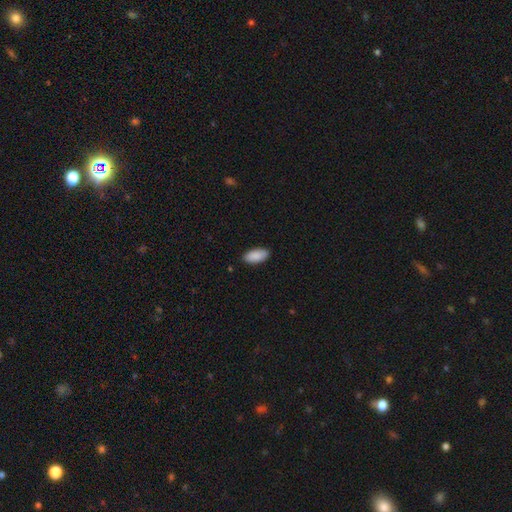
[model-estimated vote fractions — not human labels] This is clearly a smooth galaxy (90%). How rounded: clearly in between (92%). Merging: clearly none (88%).